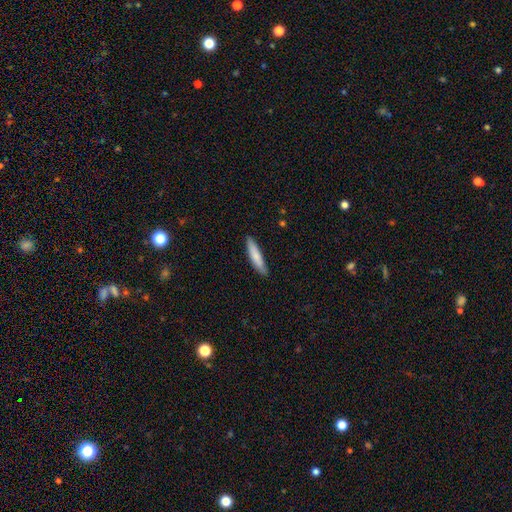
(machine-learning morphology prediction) Q: Smooth or featured?
A: smooth (78%); runner-up: featured or disk (16%)
Q: How rounded?
A: cigar-shaped (86%); runner-up: in between (13%)
Q: Merging?
A: none (86%); runner-up: minor disturbance (11%)